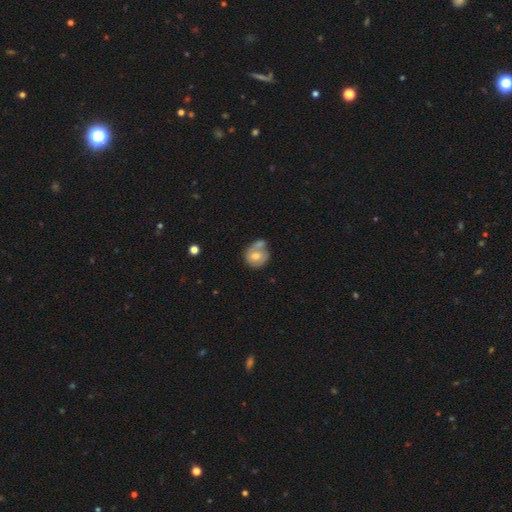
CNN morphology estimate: Smooth or featured: smooth — 57% (featured or disk — 35%)
How rounded: round — 80% (in between — 19%)
Merging: none — 41% (merger — 36%)